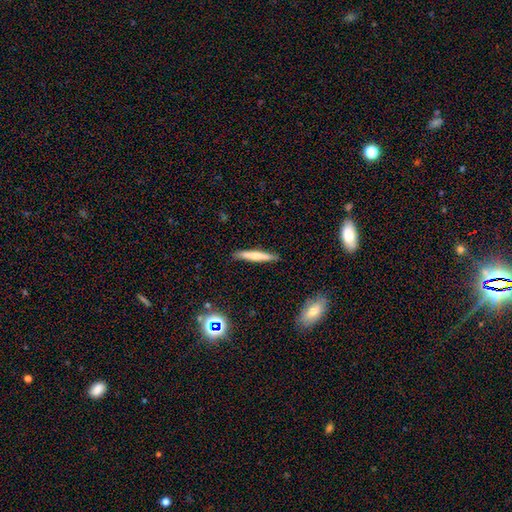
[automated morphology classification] smooth 64%, featured or disk 29%, star or artifact 7%. Down the decision tree: how rounded — cigar-shaped (94%); merging — none (89%).